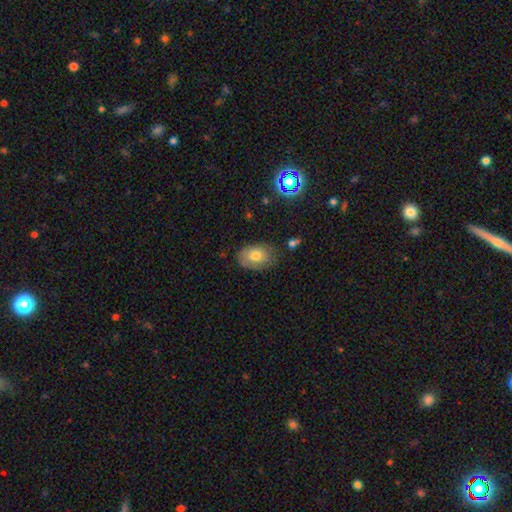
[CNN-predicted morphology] This is likely a smooth galaxy (72%). How rounded: clearly in between (84%). Merging: likely none (75%).